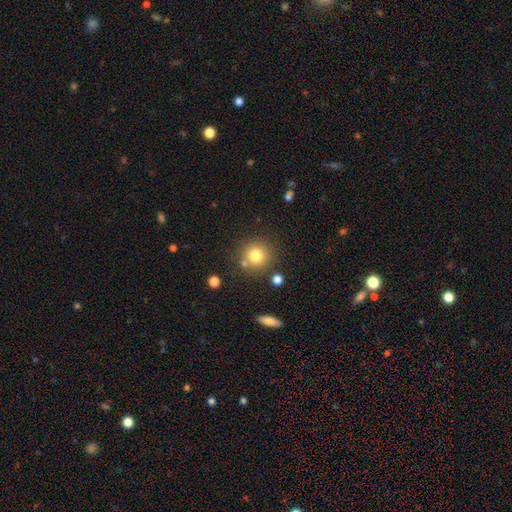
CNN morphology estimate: This is likely a smooth galaxy (78%). How rounded: clearly round (92%). Merging: likely none (78%).